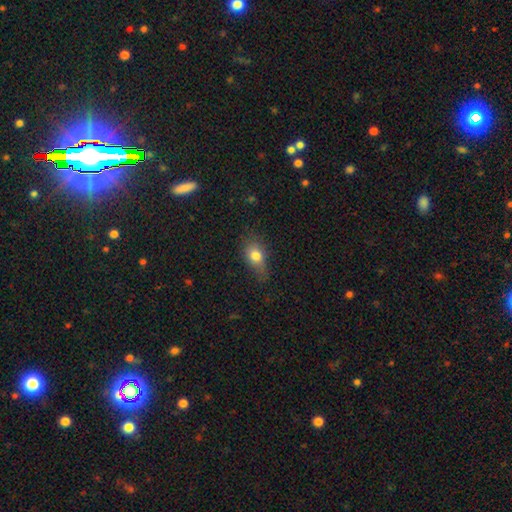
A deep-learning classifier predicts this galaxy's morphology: This appears to be a smooth galaxy with no disk features (78%) that is in between round and cigar-shaped (73%). Merging: none (56%).